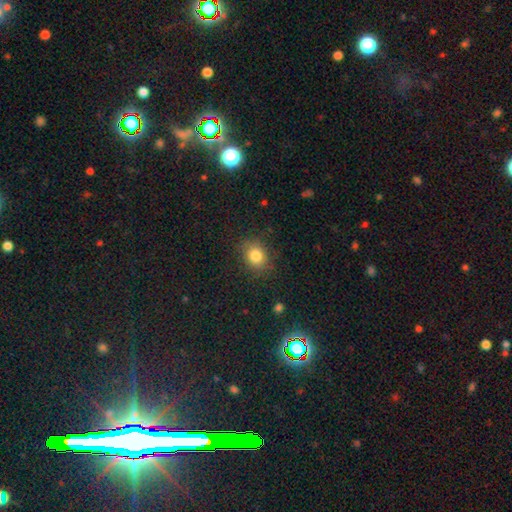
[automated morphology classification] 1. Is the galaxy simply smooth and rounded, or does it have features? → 82% smooth, 11% star or artifact, 6% featured or disk.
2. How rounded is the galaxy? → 62% round, 37% in between, 1% cigar-shaped.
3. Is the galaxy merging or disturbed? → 84% none, 11% minor disturbance, 4% major disturbance, 1% merger.